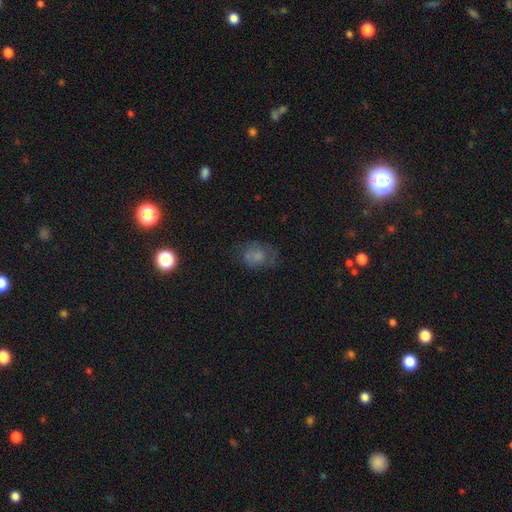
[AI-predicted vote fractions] smooth 58%, featured or disk 25%, star or artifact 17%. Down the decision tree: how rounded — in between (62%); merging — none (49%).